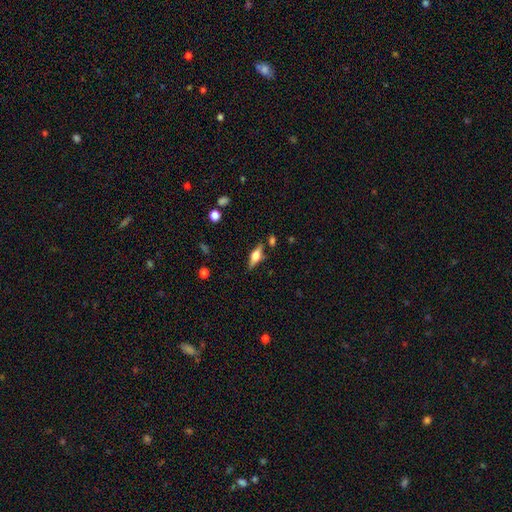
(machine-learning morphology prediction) Smooth or featured? Predicted: featured or disk (p=0.61). Edge-on disk? Predicted: yes (p=0.94). Edge-on bulge? Predicted: rounded (p=0.90). Merging? Predicted: none (p=0.79).